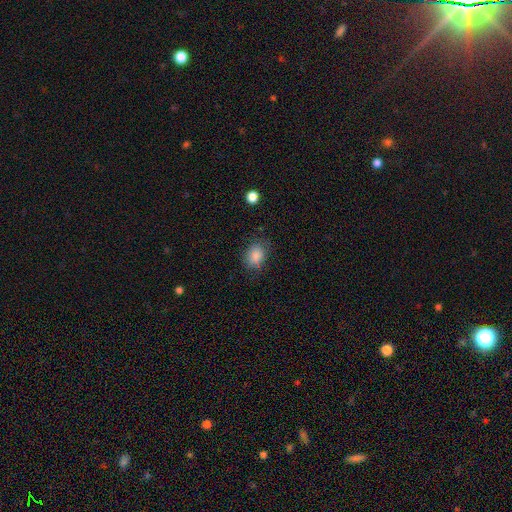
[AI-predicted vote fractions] This appears to be a smooth galaxy with no disk features (85%) that is in between round and cigar-shaped (62%). Merging: none (75%).